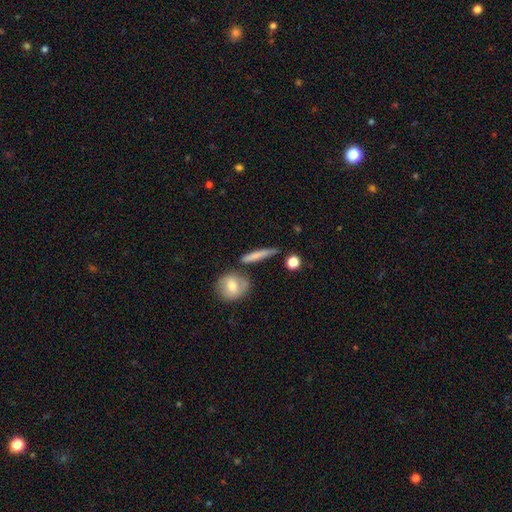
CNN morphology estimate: This appears to be a smooth galaxy with no disk features (69%) that is cigar-shaped (84%). Merging: none (75%).